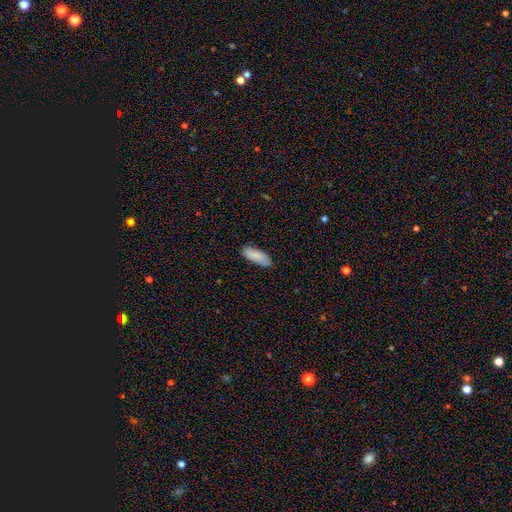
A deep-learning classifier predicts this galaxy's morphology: A smooth galaxy with no disk features (87%) that is in between round and cigar-shaped (71%).

Vote fractions:
- Smooth or featured? smooth: 87% / featured or disk: 8% / star or artifact: 6%
- How rounded? in between: 71% / cigar-shaped: 28% / round: 2%
- Merging? none: 82% / minor disturbance: 14% / major disturbance: 2% / merger: 1%